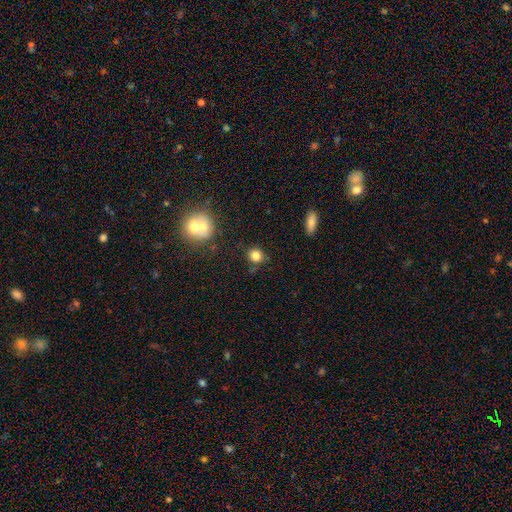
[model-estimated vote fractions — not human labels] Smooth or featured?
  - smooth: 82% *
  - star or artifact: 12%
  - featured or disk: 6%
How rounded?
  - round: 88% *
  - in between: 11%
  - cigar-shaped: 1%
Merging?
  - none: 79% *
  - minor disturbance: 11%
  - merger: 7%
  - major disturbance: 3%